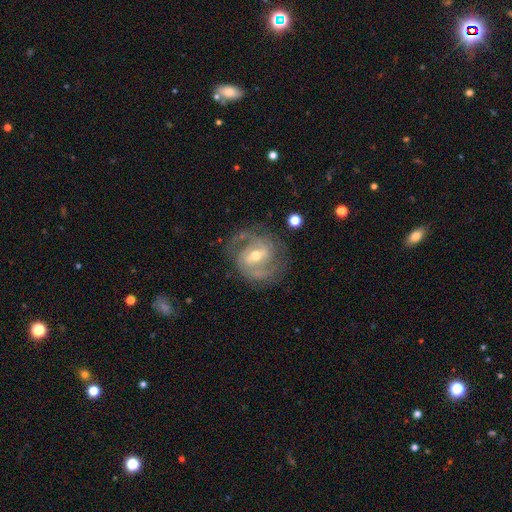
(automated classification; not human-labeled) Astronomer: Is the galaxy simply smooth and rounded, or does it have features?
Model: featured or disk — 87%.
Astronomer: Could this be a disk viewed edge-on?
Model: no — 97%.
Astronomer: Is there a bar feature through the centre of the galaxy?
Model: weak — 48% (runner-up: strong, 32%).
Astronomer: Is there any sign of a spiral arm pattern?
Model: yes — 94%.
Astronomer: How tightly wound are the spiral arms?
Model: medium — 46% (runner-up: tight, 42%).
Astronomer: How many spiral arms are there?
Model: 2 — 70%.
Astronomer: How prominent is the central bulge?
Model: moderate — 63%.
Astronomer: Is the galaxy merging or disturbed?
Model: none — 71%.